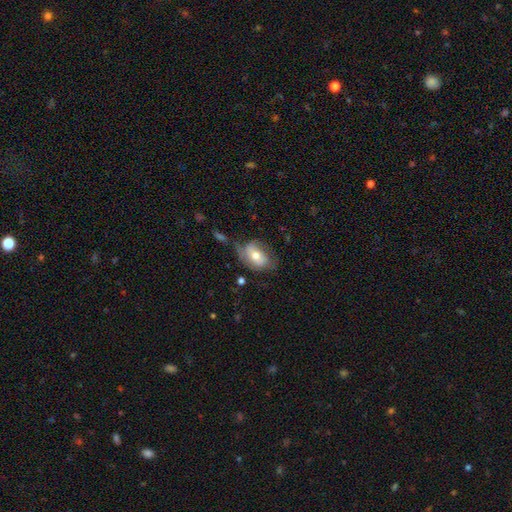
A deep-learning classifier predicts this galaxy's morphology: This is possibly a smooth galaxy (56%). How rounded: clearly in between (82%). Merging: marginally none (40%).